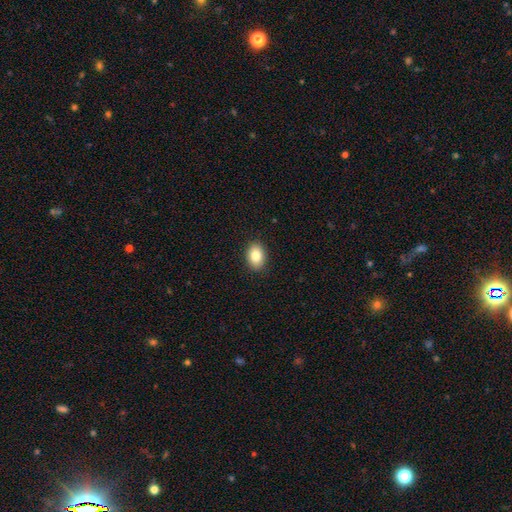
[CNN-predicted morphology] Smooth or featured? smooth (84%)
How rounded? in between (79%)
Merging? none (90%)